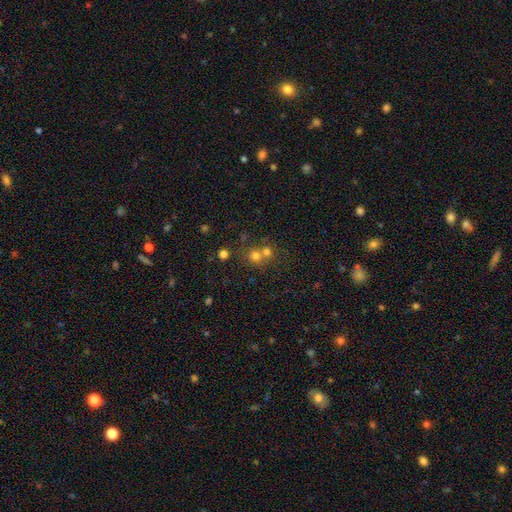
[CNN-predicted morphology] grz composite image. It shows a smooth galaxy with no disk features (71%) that is round (85%). Merging: merger (48%).